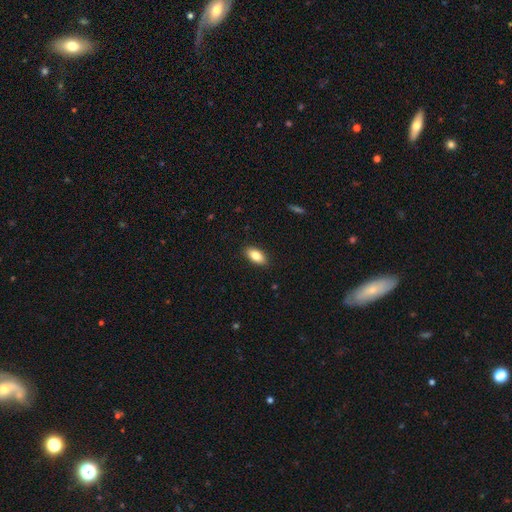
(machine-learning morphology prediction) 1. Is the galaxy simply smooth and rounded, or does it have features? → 81% smooth, 12% featured or disk, 7% star or artifact.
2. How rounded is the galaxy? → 89% in between, 7% cigar-shaped, 4% round.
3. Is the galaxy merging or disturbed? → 89% none, 8% minor disturbance, 2% major disturbance, 1% merger.